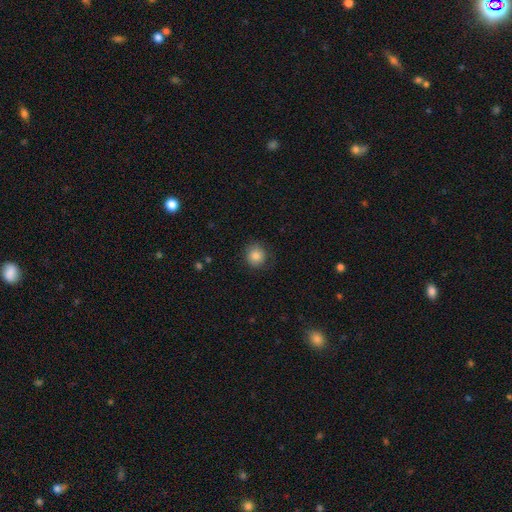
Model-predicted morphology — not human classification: smooth 83%, star or artifact 9%, featured or disk 7%. Down the decision tree: how rounded — round (87%); merging — none (83%).